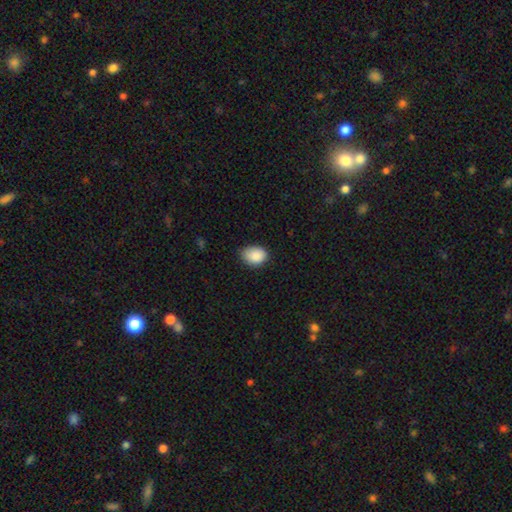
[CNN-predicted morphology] smooth-or-featured: smooth: 88% | star or artifact: 8% | featured or disk: 4%
  how-rounded: in between: 67% | round: 32% | cigar-shaped: 1%
  merging: none: 71% | minor disturbance: 25% | major disturbance: 3% | merger: 1%